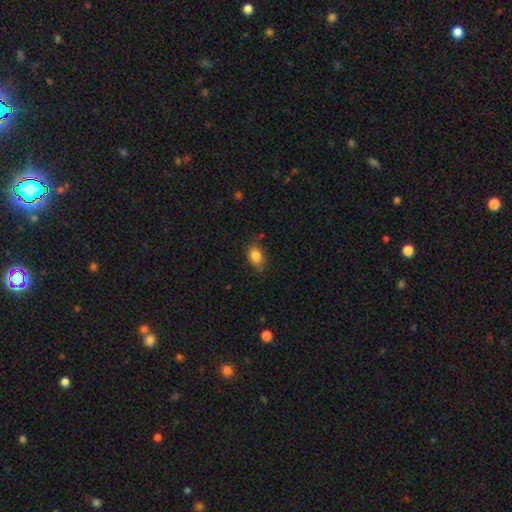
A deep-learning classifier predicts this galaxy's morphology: Smooth or featured? smooth (85%)
How rounded? in between (80%)
Merging? none (76%)